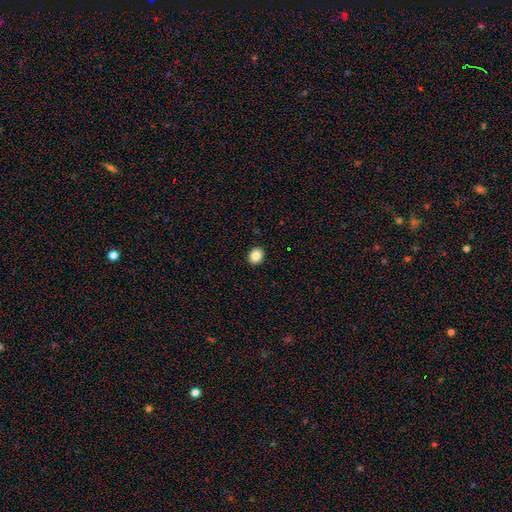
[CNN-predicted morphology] Smooth or featured? smooth (86%)
How rounded? round (57%)
Merging? none (92%)